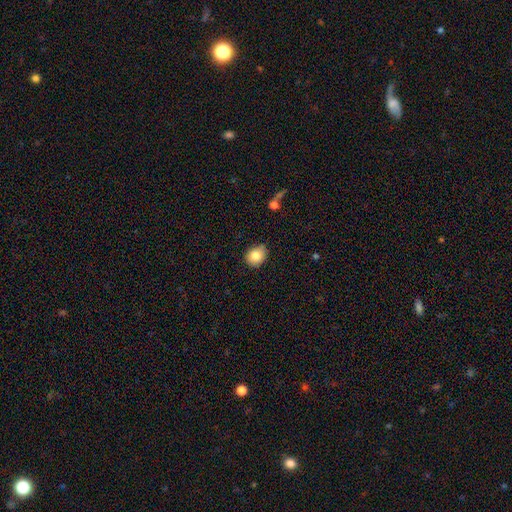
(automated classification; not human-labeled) smooth 82%, star or artifact 9%, featured or disk 9%. Down the decision tree: how rounded — round (61%); merging — none (79%).